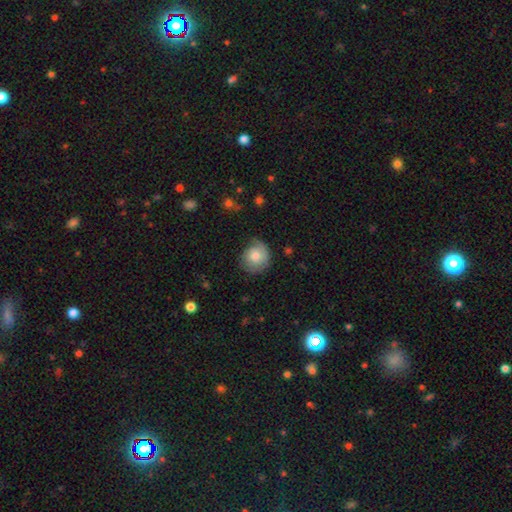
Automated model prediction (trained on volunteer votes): A smooth galaxy with no disk features (71%) that is round (82%).

Vote fractions:
- Smooth or featured? smooth: 71% / featured or disk: 22% / star or artifact: 7%
- How rounded? round: 82% / in between: 17% / cigar-shaped: 1%
- Merging? none: 63% / minor disturbance: 27% / major disturbance: 9% / merger: 1%